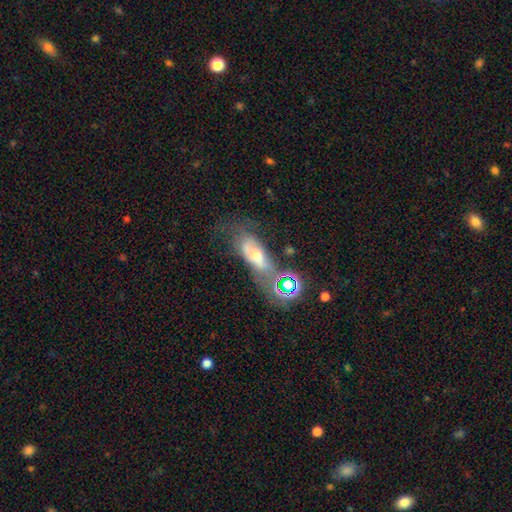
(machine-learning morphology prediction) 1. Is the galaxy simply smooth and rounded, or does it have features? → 45% smooth, 36% featured or disk, 19% star or artifact.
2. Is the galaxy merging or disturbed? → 30% none, 29% major disturbance, 23% minor disturbance, 18% merger.